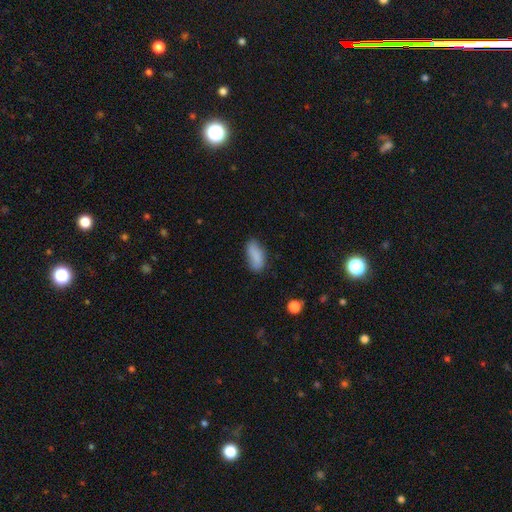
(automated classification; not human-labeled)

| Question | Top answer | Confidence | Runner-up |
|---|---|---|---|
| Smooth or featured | smooth | 85% | featured or disk (8%) |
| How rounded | in between | 83% | cigar-shaped (14%) |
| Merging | none | 72% | minor disturbance (21%) |